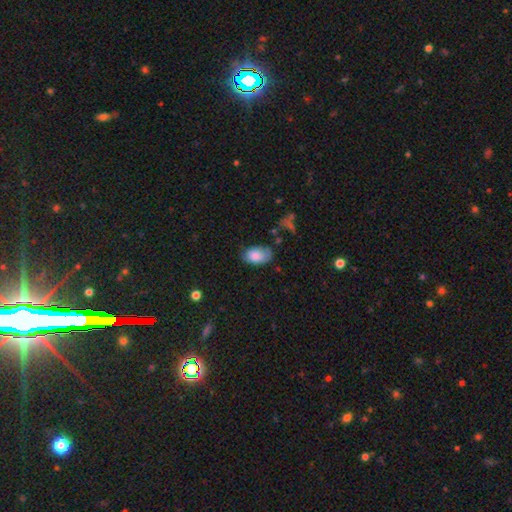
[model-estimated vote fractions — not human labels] smooth_or_featured: smooth (p=0.81) [alt: featured or disk p=0.11]
how_rounded: in between (p=0.91) [alt: round p=0.08]
merging: none (p=0.55) [alt: minor disturbance p=0.32]